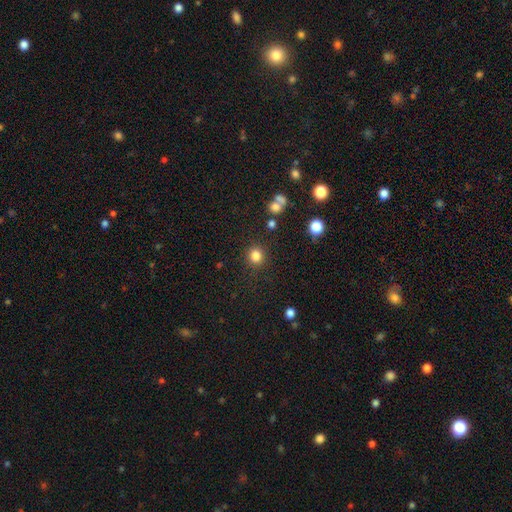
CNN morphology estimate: Q: Smooth or featured?
A: smooth (82%); runner-up: star or artifact (13%)
Q: How rounded?
A: round (89%); runner-up: in between (10%)
Q: Merging?
A: none (88%); runner-up: minor disturbance (7%)